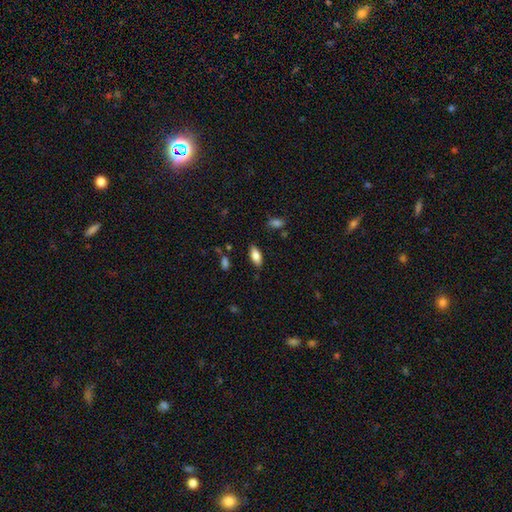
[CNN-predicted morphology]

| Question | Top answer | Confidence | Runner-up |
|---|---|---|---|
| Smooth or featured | smooth | 81% | featured or disk (12%) |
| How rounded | in between | 87% | cigar-shaped (11%) |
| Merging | none | 85% | minor disturbance (11%) |